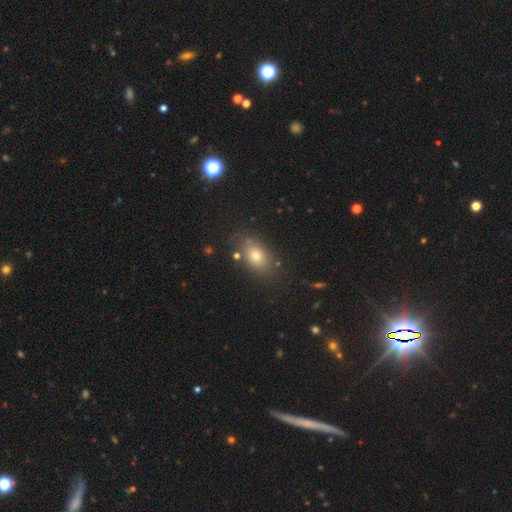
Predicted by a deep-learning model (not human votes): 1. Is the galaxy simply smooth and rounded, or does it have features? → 72% smooth, 15% star or artifact, 13% featured or disk.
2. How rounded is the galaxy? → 74% in between, 24% round, 2% cigar-shaped.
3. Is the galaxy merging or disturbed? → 77% none, 13% minor disturbance, 5% merger, 5% major disturbance.